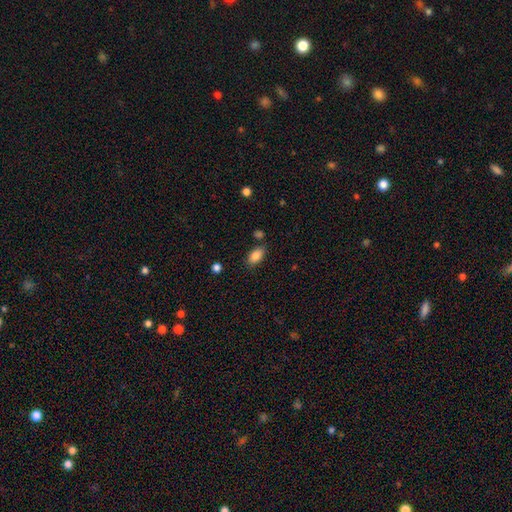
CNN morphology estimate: smooth-or-featured: smooth: 86% | star or artifact: 8% | featured or disk: 6%
  how-rounded: in between: 91% | round: 5% | cigar-shaped: 4%
  merging: none: 79% | minor disturbance: 13% | merger: 5% | major disturbance: 3%